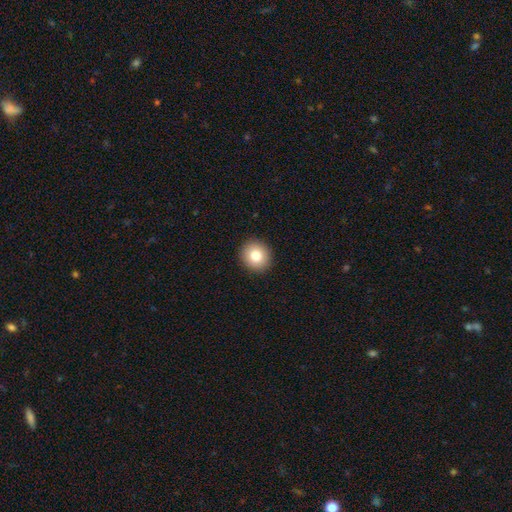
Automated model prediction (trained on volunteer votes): Smooth or featured: smooth — 82% (star or artifact — 9%)
How rounded: round — 87% (in between — 12%)
Merging: none — 92% (minor disturbance — 5%)